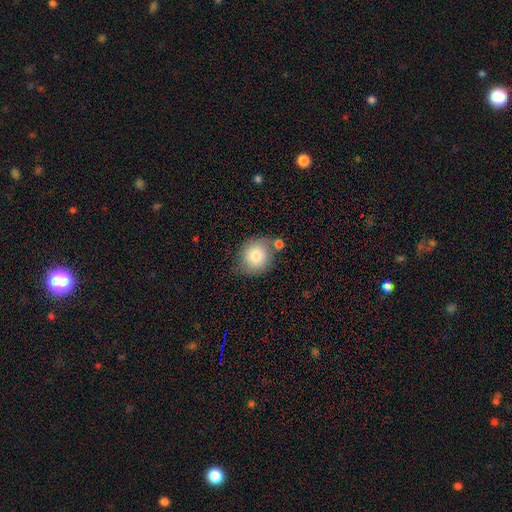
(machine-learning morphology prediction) smooth 79%, featured or disk 13%, star or artifact 8%. Down the decision tree: how rounded — round (75%); merging — none (63%).